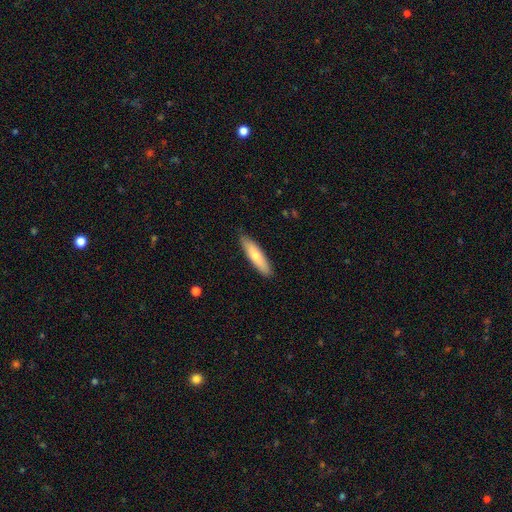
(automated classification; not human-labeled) Q: Smooth or featured?
A: smooth (71%); runner-up: featured or disk (24%)
Q: How rounded?
A: cigar-shaped (72%); runner-up: in between (27%)
Q: Merging?
A: none (86%); runner-up: minor disturbance (11%)